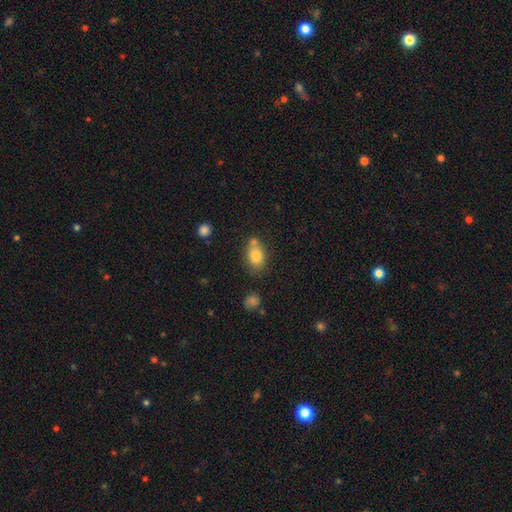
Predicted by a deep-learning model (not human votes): This appears to be a smooth galaxy with no disk features (79%) that is in between round and cigar-shaped (73%). Merging: none (60%).